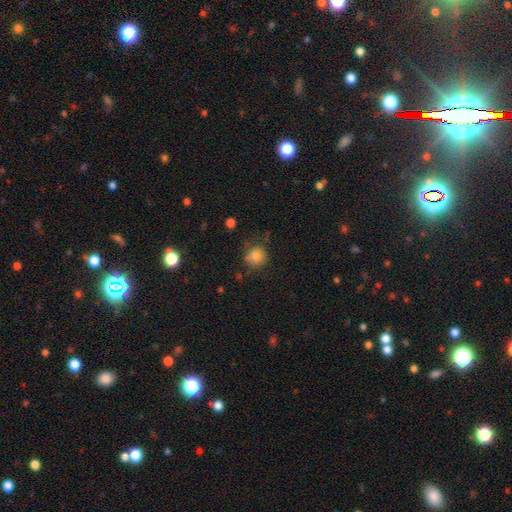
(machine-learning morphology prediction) smooth 80%, star or artifact 11%, featured or disk 9%. Down the decision tree: how rounded — round (84%); merging — none (70%).